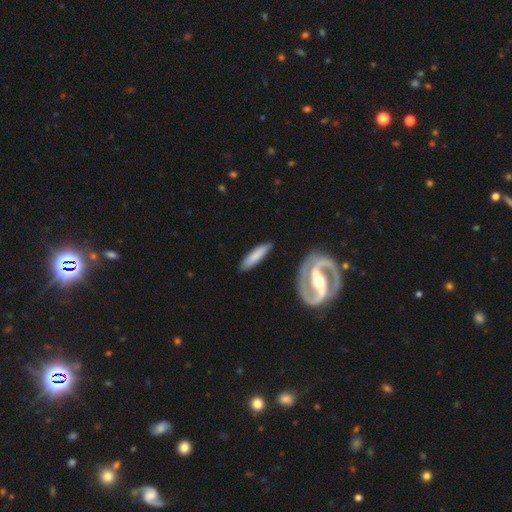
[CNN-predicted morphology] This is likely a smooth galaxy (66%). How rounded: likely cigar-shaped (79%). Merging: clearly none (84%).